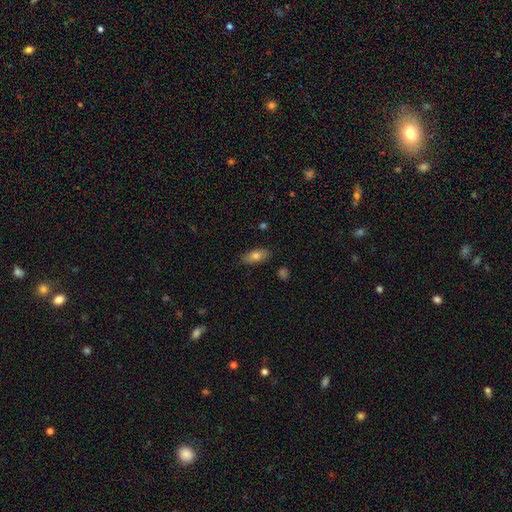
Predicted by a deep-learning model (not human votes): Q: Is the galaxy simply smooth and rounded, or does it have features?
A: smooth — 78%.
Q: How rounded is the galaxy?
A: in between — 87%.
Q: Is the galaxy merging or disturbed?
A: none — 82%.